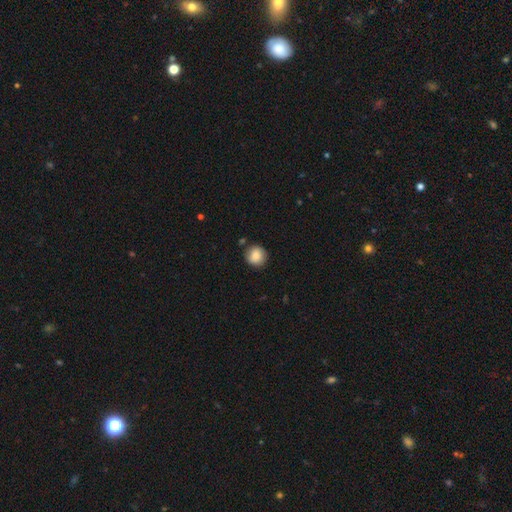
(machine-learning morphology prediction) Smooth or featured? Predicted: smooth (p=0.82). How rounded? Predicted: round (p=0.93). Merging? Predicted: none (p=0.84).